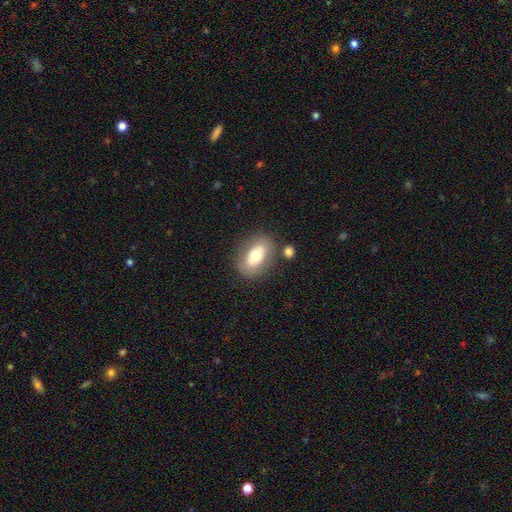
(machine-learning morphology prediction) Smooth or featured? smooth (64%)
How rounded? in between (84%)
Merging? none (76%)